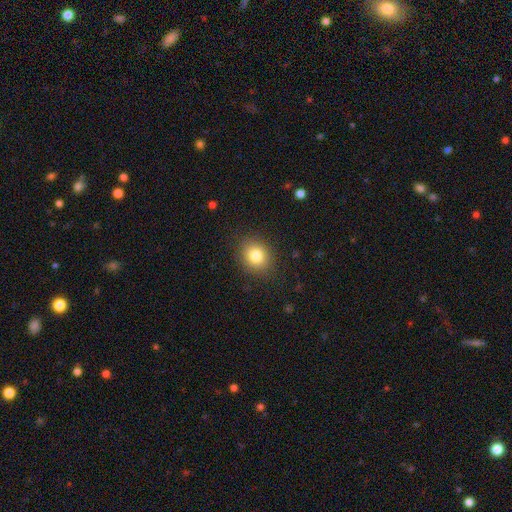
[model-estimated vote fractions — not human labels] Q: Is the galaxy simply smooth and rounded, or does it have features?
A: smooth — 81%.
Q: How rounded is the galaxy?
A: round — 73%.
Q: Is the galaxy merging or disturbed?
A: none — 88%.